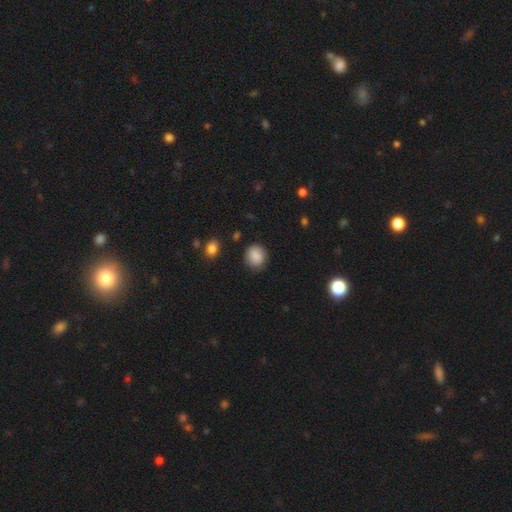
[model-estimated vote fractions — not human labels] This is clearly a smooth galaxy (86%). How rounded: likely round (76%). Merging: clearly none (82%).